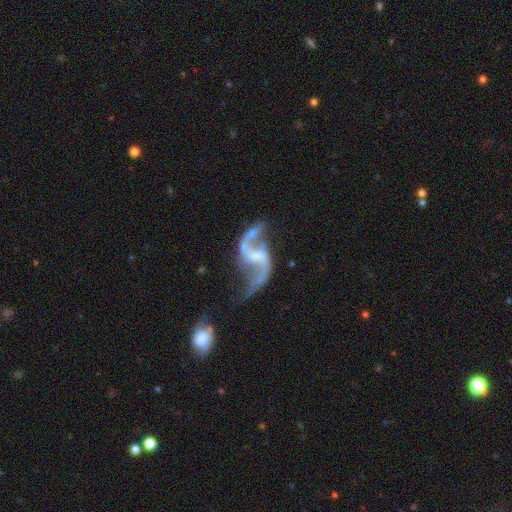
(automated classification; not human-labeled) Smooth or featured? featured or disk (93%)
Edge-on disk? no (98%)
Bar? weak (49%)
Spiral arms? yes (97%)
Spiral winding? loose (82%)
Spiral arm count? 2 (94%)
Bulge size? small (52%)
Merging? none (60%)